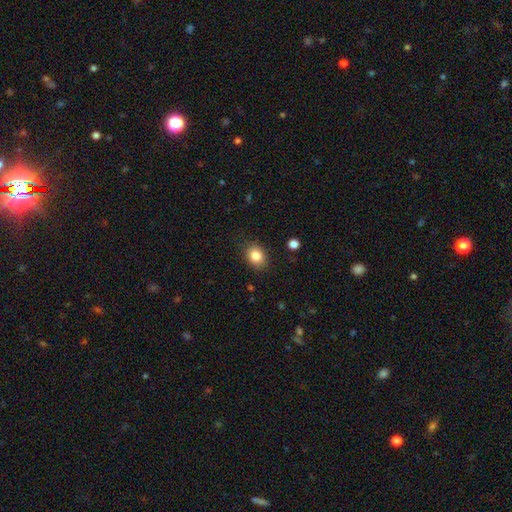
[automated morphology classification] Overall: smooth (84%). How rounded: in between (56%; round 43%). Merging: none (85%).